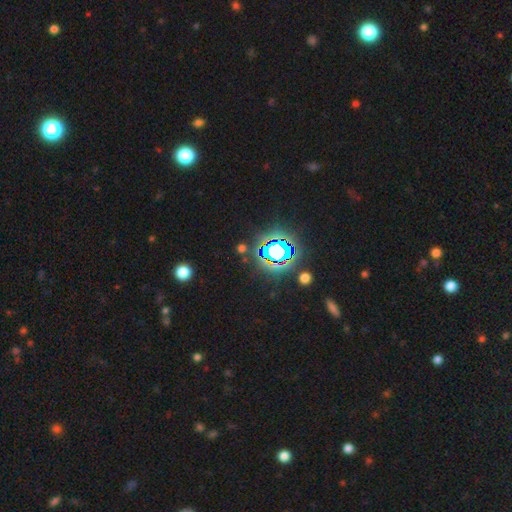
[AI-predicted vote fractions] The model was most divided on "smooth or featured": star or artifact: 82%, smooth: 11%, featured or disk: 7%.